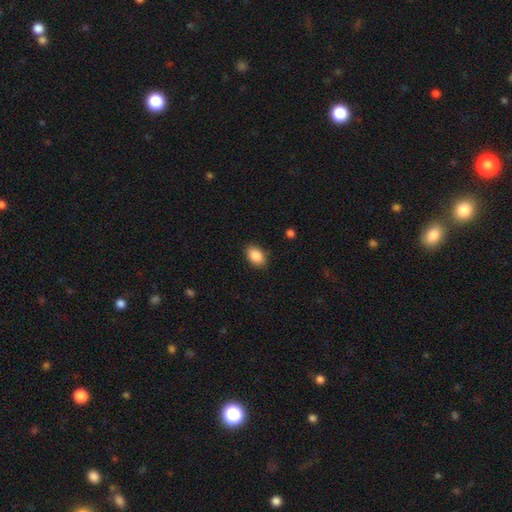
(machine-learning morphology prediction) Smooth or featured? Predicted: smooth (p=0.88). How rounded? Predicted: in between (p=0.89). Merging? Predicted: none (p=0.86).